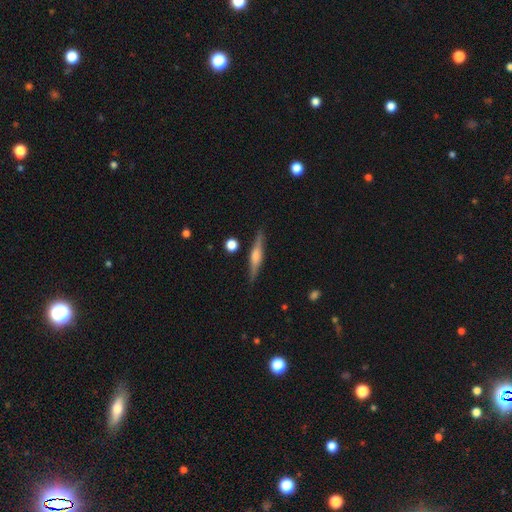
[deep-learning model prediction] featured or disk 70%, smooth 24%, star or artifact 7%. Down the decision tree: edge-on disk — yes (97%); edge-on bulge — rounded (76%); merging — none (90%).